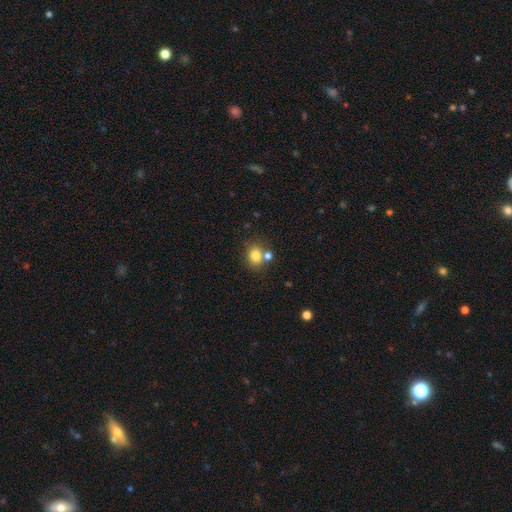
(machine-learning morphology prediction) A smooth galaxy with no disk features (78%) that is round (65%).

Vote fractions:
- Smooth or featured? smooth: 78% / star or artifact: 12% / featured or disk: 9%
- How rounded? round: 65% / in between: 34% / cigar-shaped: 1%
- Merging? none: 61% / merger: 24% / minor disturbance: 11% / major disturbance: 4%